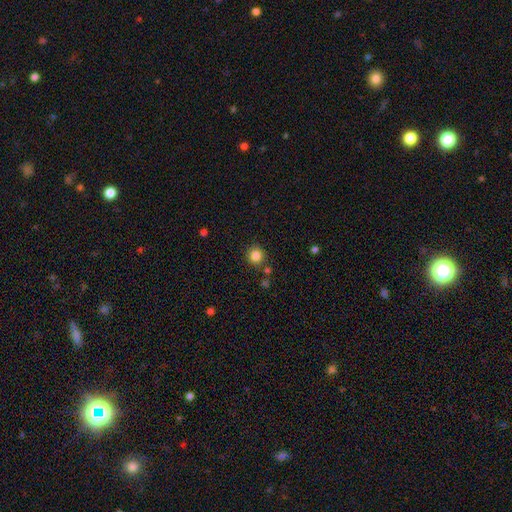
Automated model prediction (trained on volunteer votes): The model was most divided on "smooth or featured": smooth: 84%, star or artifact: 11%, featured or disk: 5%. More confident: how rounded — round (92%); merging — none (85%).